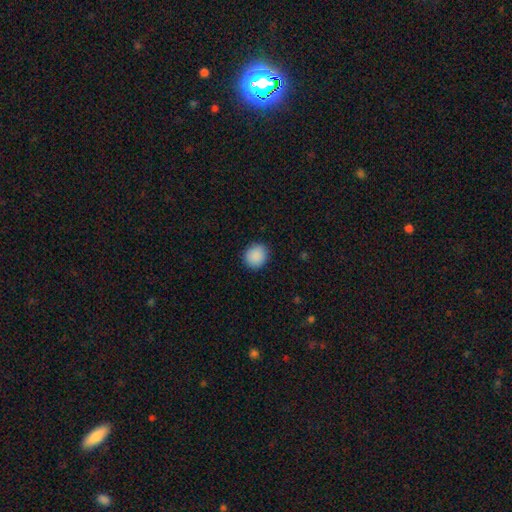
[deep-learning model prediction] This is clearly a smooth galaxy (90%). How rounded: clearly round (84%). Merging: clearly none (90%).